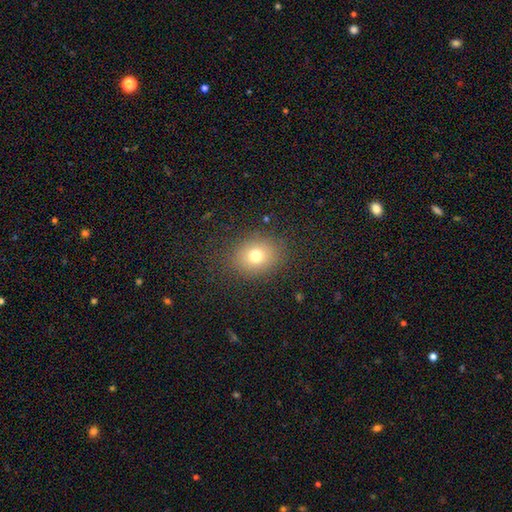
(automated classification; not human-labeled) smooth_or_featured: smooth (p=0.74) [alt: star or artifact p=0.14]
how_rounded: round (p=0.55) [alt: in between p=0.44]
merging: none (p=0.84) [alt: minor disturbance p=0.10]